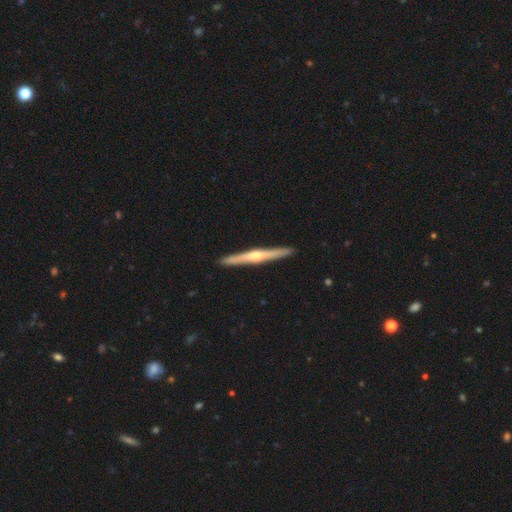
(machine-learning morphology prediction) A featured or disk galaxy (72%) viewed edge-on (98%) with a rounded central bulge (82%). Merging: none (93%).